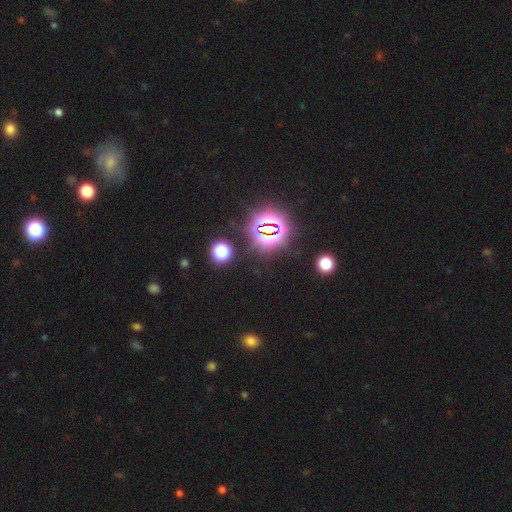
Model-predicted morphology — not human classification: The model was most divided on "smooth or featured": star or artifact: 81%, smooth: 13%, featured or disk: 6%.